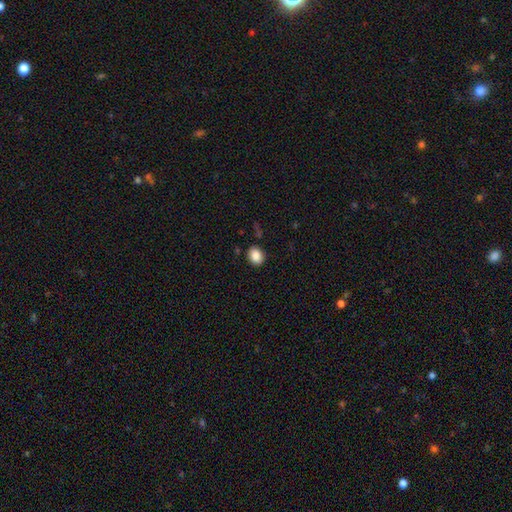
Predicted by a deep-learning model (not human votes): Overall: smooth (87%). How rounded: round (54%; in between 45%). Merging: none (86%).